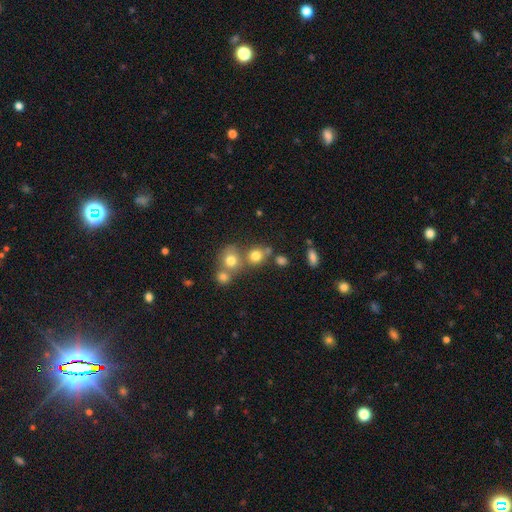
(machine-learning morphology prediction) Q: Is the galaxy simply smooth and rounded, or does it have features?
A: smooth — 75%.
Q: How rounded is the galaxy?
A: round — 78%.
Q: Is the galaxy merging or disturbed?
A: none — 56%.